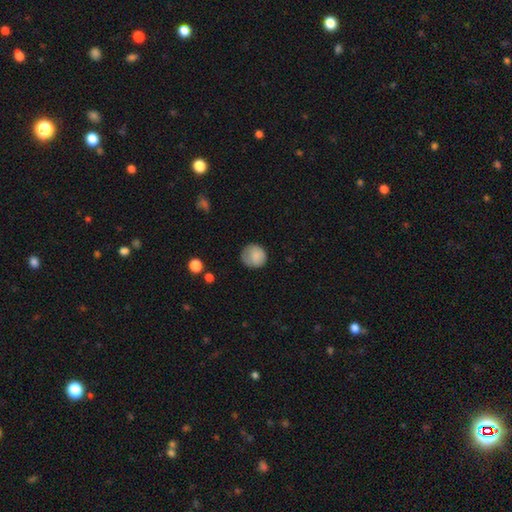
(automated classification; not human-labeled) This appears to be a smooth galaxy with no disk features (84%) that is round (89%). Merging: none (73%).